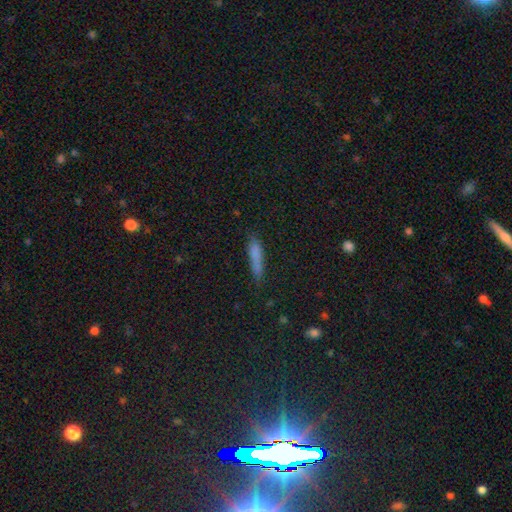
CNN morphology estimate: Smooth or featured: smooth — 77% (featured or disk — 12%)
How rounded: cigar-shaped — 84% (in between — 14%)
Merging: none — 68% (minor disturbance — 23%)